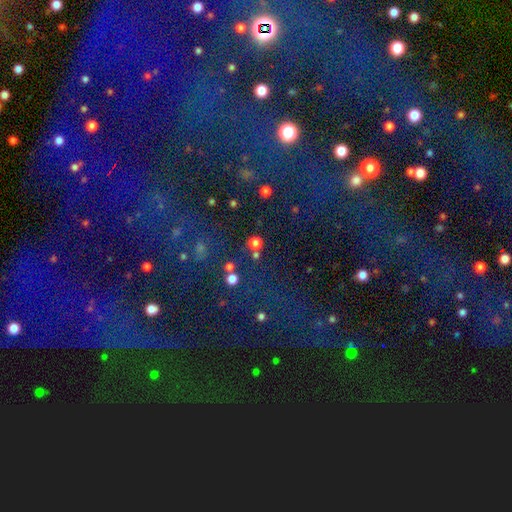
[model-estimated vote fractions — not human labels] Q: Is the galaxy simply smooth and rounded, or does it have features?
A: star or artifact — 74%.